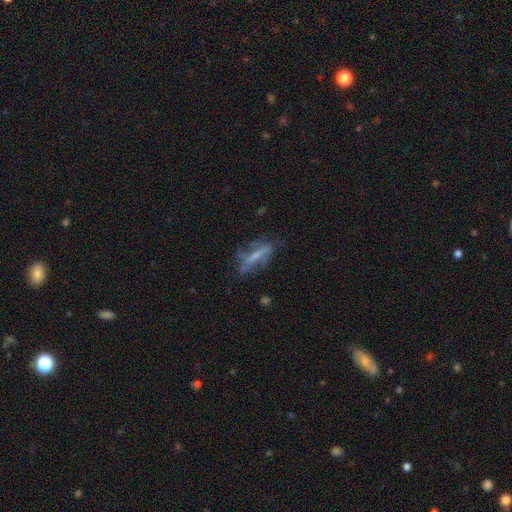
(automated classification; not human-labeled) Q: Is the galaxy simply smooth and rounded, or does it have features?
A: featured or disk — 56%.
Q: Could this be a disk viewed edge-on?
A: no — 69%.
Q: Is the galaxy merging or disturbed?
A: none — 50%.